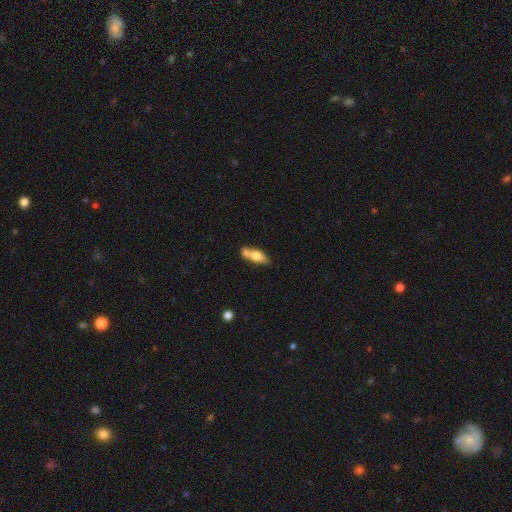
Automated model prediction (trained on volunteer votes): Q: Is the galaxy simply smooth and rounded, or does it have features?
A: smooth — 64%.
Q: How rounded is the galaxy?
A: in between — 67%.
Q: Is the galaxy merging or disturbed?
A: none — 42%.